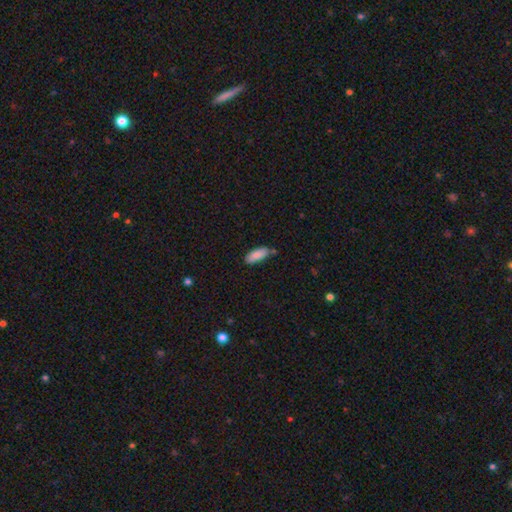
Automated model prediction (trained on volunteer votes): This appears to be a smooth galaxy with no disk features (87%) that is in between round and cigar-shaped (77%). Merging: none (72%).